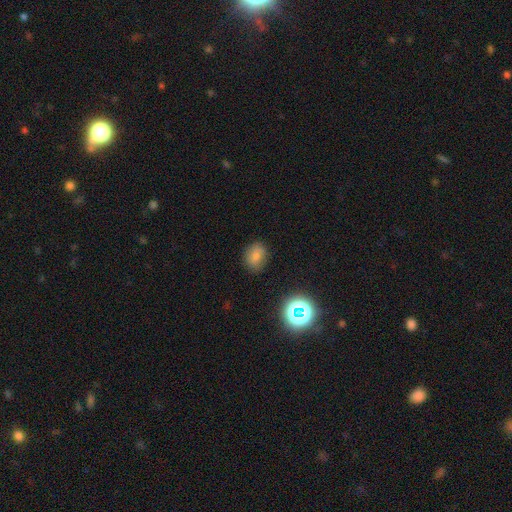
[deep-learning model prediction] Morphology: type=smooth (76%); roundness=in between (55%); merging=none (82%).